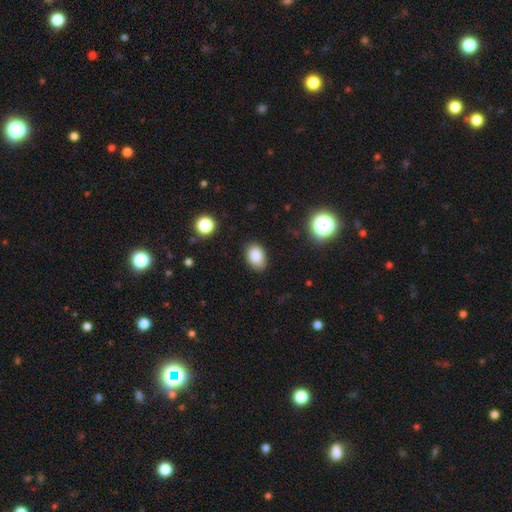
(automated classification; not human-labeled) smooth_or_featured: smooth (p=0.85) [alt: star or artifact p=0.10]
how_rounded: in between (p=0.80) [alt: round p=0.19]
merging: none (p=0.80) [alt: minor disturbance p=0.16]